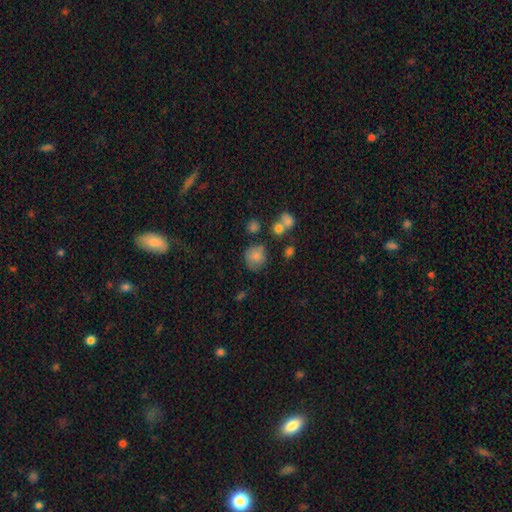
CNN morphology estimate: smooth 79%, featured or disk 11%, star or artifact 10%. Down the decision tree: how rounded — round (81%); merging — none (61%).